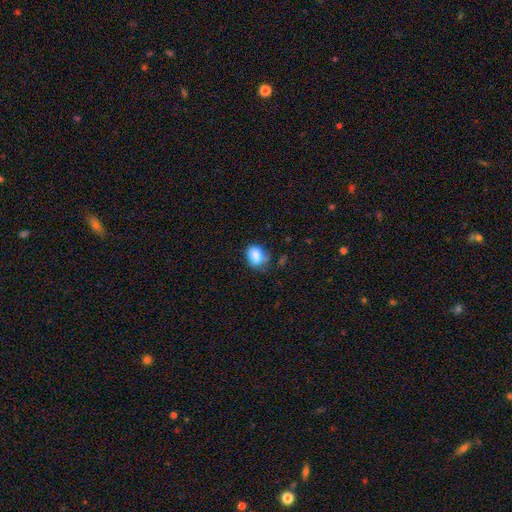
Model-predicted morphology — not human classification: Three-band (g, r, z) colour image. It shows a smooth galaxy with no disk features (80%) that is in between round and cigar-shaped (70%). Merging: none (47%).